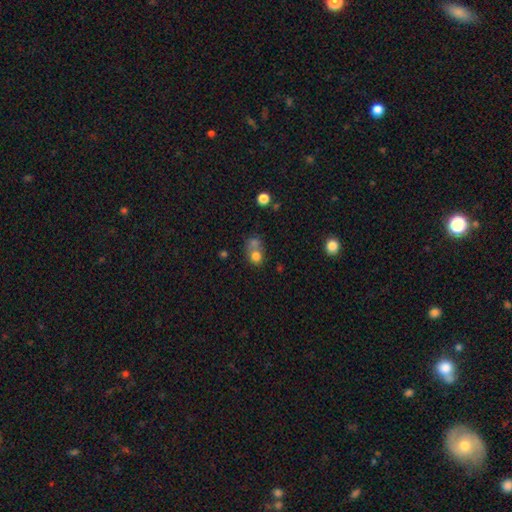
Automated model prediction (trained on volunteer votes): smooth-or-featured: smooth: 75% | star or artifact: 13% | featured or disk: 12%
  how-rounded: round: 72% | in between: 27% | cigar-shaped: 1%
  merging: merger: 51% | none: 34% | minor disturbance: 9% | major disturbance: 5%